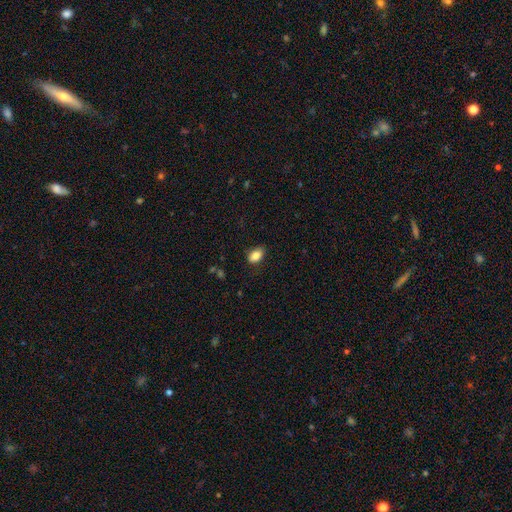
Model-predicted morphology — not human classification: The model was most divided on "merging": none: 81%, minor disturbance: 15%, major disturbance: 3%, merger: 1%. More confident: how rounded — in between (87%); smooth or featured — smooth (84%).